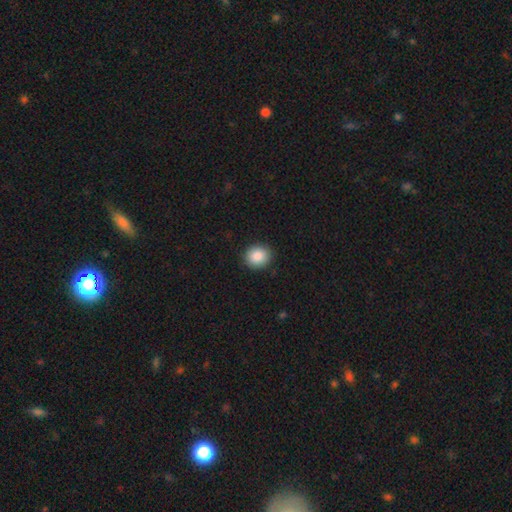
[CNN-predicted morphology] Overall: smooth (88%). How rounded: round (81%). Merging: none (90%).